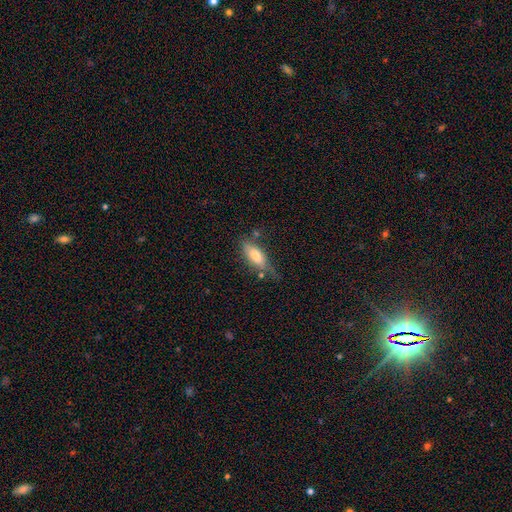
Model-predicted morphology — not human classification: Q: Smooth or featured?
A: smooth (68%); runner-up: featured or disk (25%)
Q: How rounded?
A: in between (70%); runner-up: cigar-shaped (27%)
Q: Merging?
A: none (54%); runner-up: minor disturbance (28%)